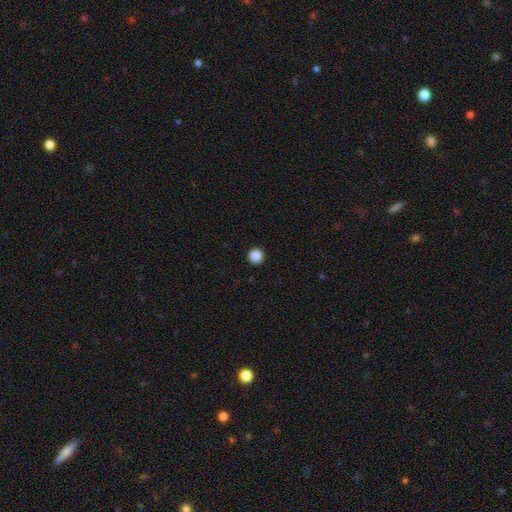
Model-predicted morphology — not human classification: smooth_or_featured: smooth (p=0.88) [alt: star or artifact p=0.10]
how_rounded: round (p=0.96) [alt: in between p=0.03]
merging: none (p=0.94) [alt: minor disturbance p=0.04]